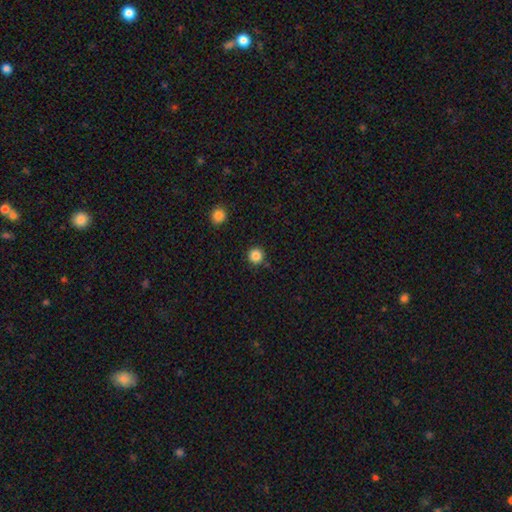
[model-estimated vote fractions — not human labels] smooth-or-featured: smooth: 85% | star or artifact: 11% | featured or disk: 4%
  how-rounded: round: 95% | in between: 4% | cigar-shaped: 1%
  merging: none: 89% | minor disturbance: 6% | merger: 3% | major disturbance: 2%